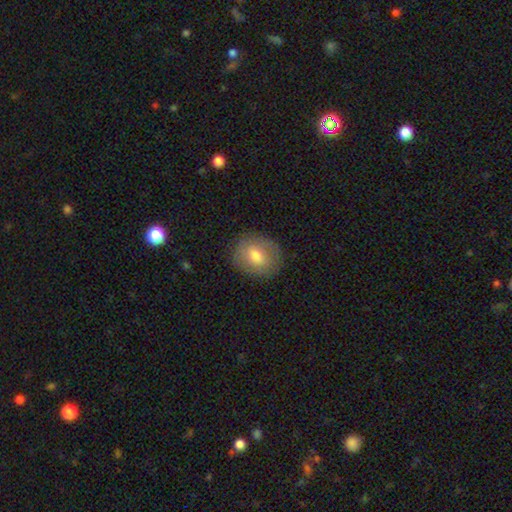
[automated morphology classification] Smooth or featured: smooth — 72% (featured or disk — 20%)
How rounded: round — 59% (in between — 40%)
Merging: none — 85% (minor disturbance — 11%)